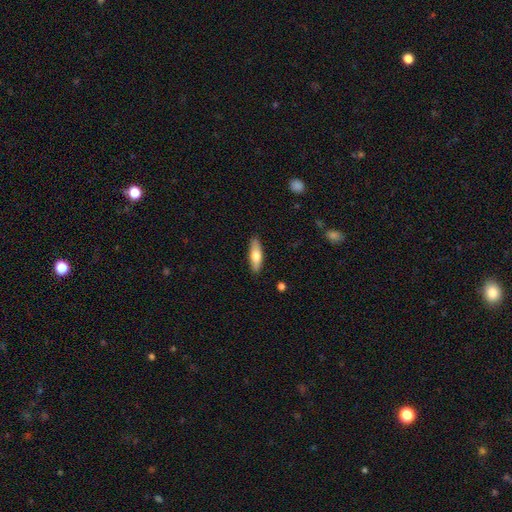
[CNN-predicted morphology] smooth_or_featured: smooth (p=0.65) [alt: featured or disk p=0.30]
how_rounded: cigar-shaped (p=0.50) [alt: in between p=0.48]
merging: none (p=0.89) [alt: minor disturbance p=0.08]